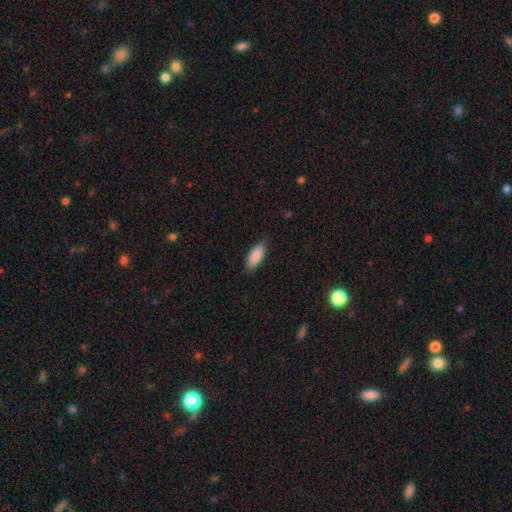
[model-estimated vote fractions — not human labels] A smooth galaxy with no disk features (88%) that is in between round and cigar-shaped (83%).

Vote fractions:
- Smooth or featured? smooth: 88% / star or artifact: 6% / featured or disk: 6%
- How rounded? in between: 83% / cigar-shaped: 15% / round: 2%
- Merging? none: 81% / minor disturbance: 16% / major disturbance: 3% / merger: 1%